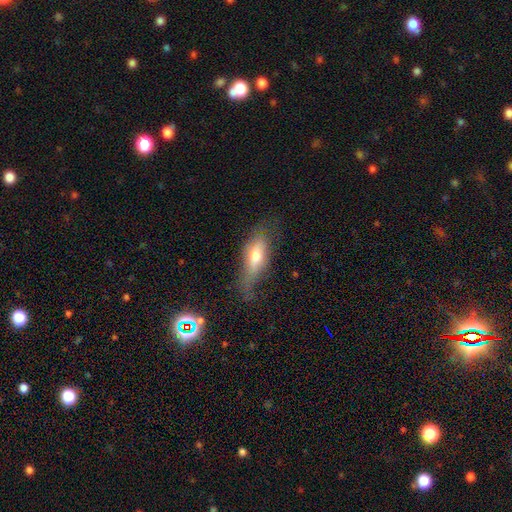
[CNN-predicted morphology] Smooth or featured?
  - smooth: 61% *
  - featured or disk: 31%
  - star or artifact: 8%
How rounded?
  - in between: 66% *
  - cigar-shaped: 31%
  - round: 3%
Merging?
  - none: 47% *
  - minor disturbance: 32%
  - major disturbance: 19%
  - merger: 2%